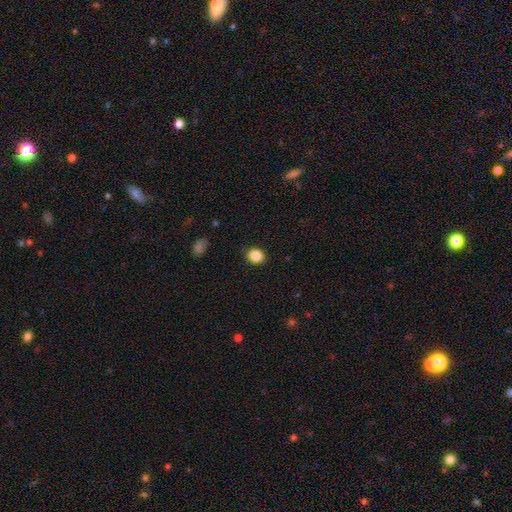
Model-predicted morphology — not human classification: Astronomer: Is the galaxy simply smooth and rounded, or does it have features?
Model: smooth — 87%.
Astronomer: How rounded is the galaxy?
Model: round — 56% (runner-up: in between, 43%).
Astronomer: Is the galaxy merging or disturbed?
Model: none — 88%.